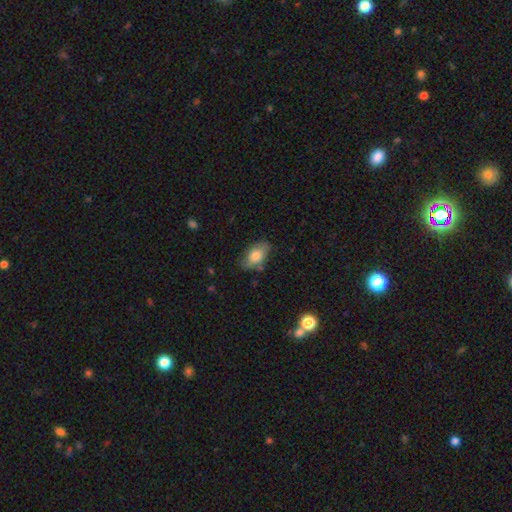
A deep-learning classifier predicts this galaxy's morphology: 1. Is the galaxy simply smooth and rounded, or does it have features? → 76% smooth, 17% featured or disk, 7% star or artifact.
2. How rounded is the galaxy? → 92% in between, 5% round, 3% cigar-shaped.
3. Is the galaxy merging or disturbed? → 73% none, 20% minor disturbance, 4% major disturbance, 3% merger.